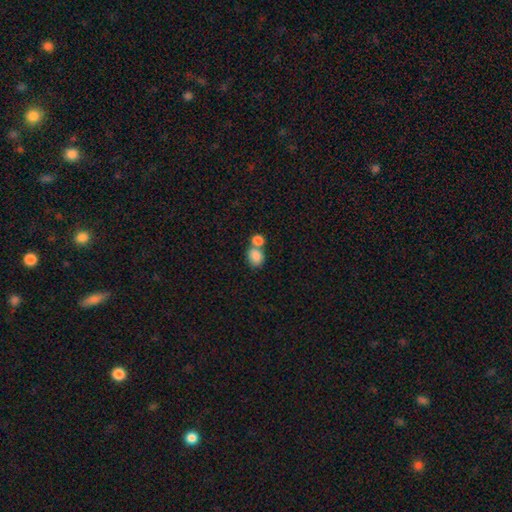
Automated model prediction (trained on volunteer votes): Smooth or featured? smooth (85%)
How rounded? round (50%)
Merging? merger (51%)